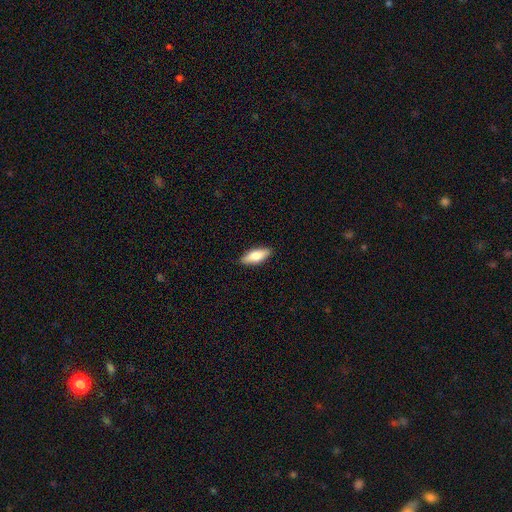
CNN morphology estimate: This appears to be a smooth galaxy with no disk features (74%) that is in between round and cigar-shaped (71%). Merging: none (89%).